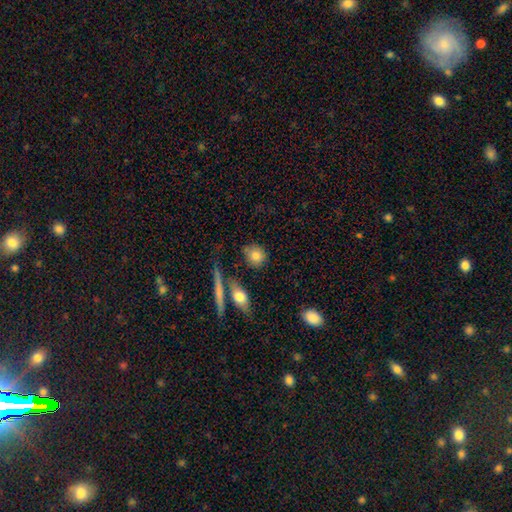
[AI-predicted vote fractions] A smooth galaxy with no disk features (81%) that is round (74%).

Vote fractions:
- Smooth or featured? smooth: 81% / featured or disk: 11% / star or artifact: 8%
- How rounded? round: 74% / in between: 22% / cigar-shaped: 4%
- Merging? none: 76% / minor disturbance: 13% / merger: 7% / major disturbance: 4%